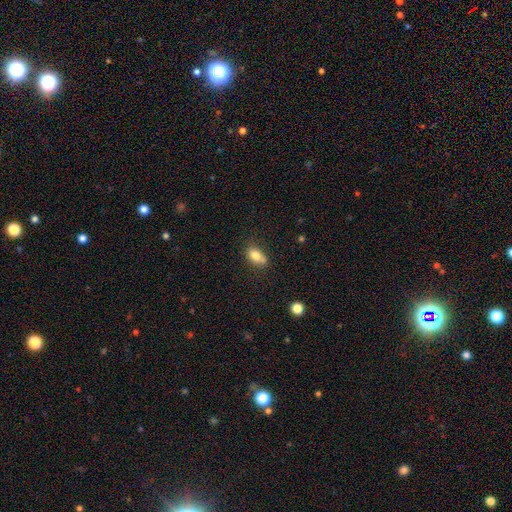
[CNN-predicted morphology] A smooth galaxy with no disk features (78%) that is in between round and cigar-shaped (73%).

Vote fractions:
- Smooth or featured? smooth: 78% / featured or disk: 12% / star or artifact: 10%
- How rounded? in between: 73% / round: 25% / cigar-shaped: 2%
- Merging? none: 53% / merger: 22% / minor disturbance: 19% / major disturbance: 5%